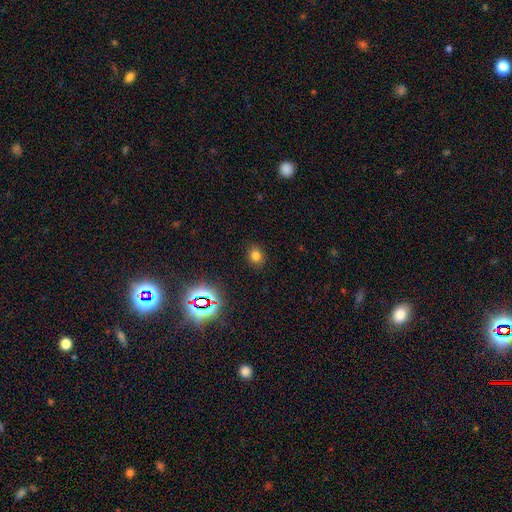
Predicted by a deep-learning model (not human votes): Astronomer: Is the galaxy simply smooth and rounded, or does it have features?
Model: smooth — 74%.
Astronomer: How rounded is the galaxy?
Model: round — 60% (runner-up: in between, 39%).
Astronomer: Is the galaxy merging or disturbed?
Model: none — 87%.